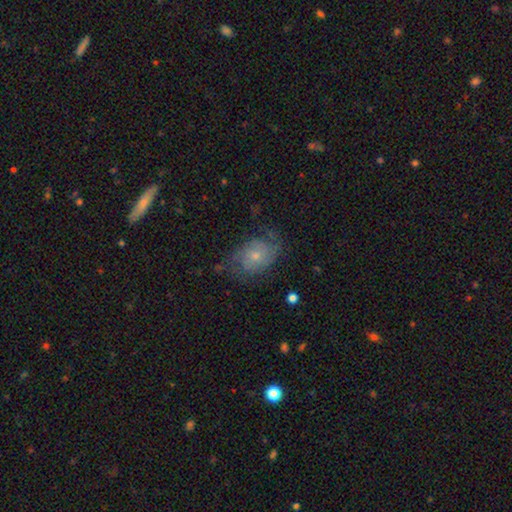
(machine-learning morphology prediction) Overall: featured or disk (55%; smooth 36%). Edge-on disk: no (96%). Bar: no (81%). Spiral arms: yes (80%). Bulge size: small (61%; moderate 33%). Merging: none (55%; minor disturbance 26%).